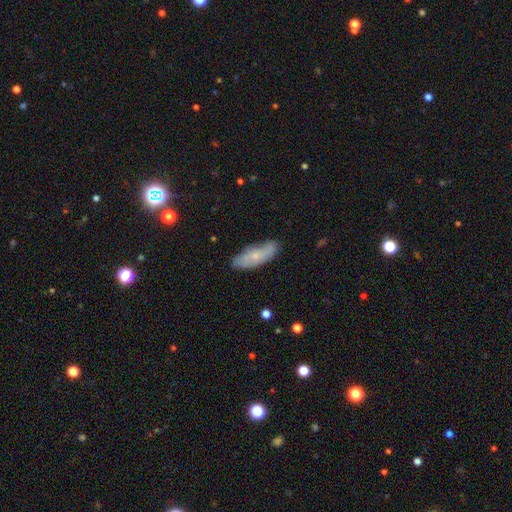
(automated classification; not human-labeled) Smooth or featured?
  - smooth: 61% *
  - featured or disk: 32%
  - star or artifact: 7%
How rounded?
  - in between: 68% *
  - cigar-shaped: 30%
  - round: 2%
Merging?
  - none: 77% *
  - minor disturbance: 18%
  - major disturbance: 3%
  - merger: 2%